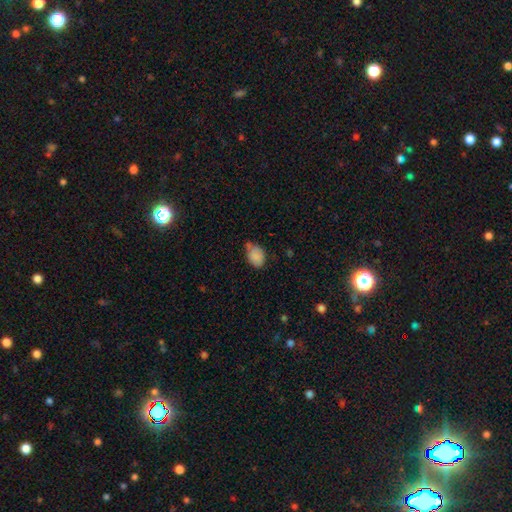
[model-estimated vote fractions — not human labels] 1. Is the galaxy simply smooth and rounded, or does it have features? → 84% smooth, 9% star or artifact, 7% featured or disk.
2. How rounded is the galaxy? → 76% in between, 23% round, 1% cigar-shaped.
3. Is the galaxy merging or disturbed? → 48% none, 35% minor disturbance, 9% merger, 8% major disturbance.